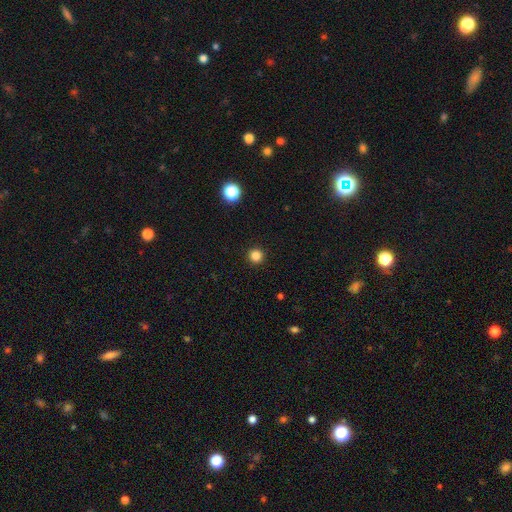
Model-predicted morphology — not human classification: Smooth or featured? smooth (83%)
How rounded? round (96%)
Merging? none (94%)